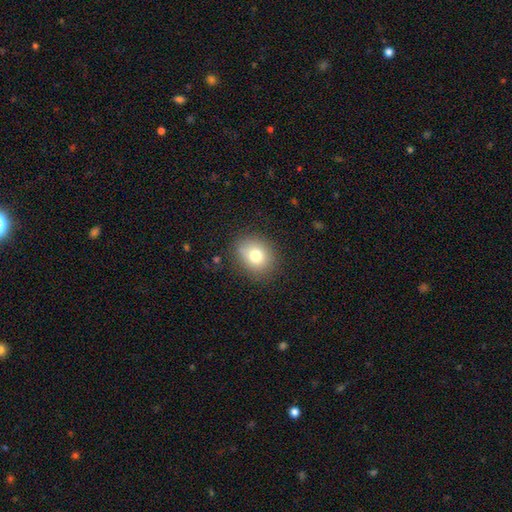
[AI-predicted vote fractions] Smooth or featured? Predicted: smooth (p=0.78). How rounded? Predicted: round (p=0.56). Merging? Predicted: none (p=0.84).